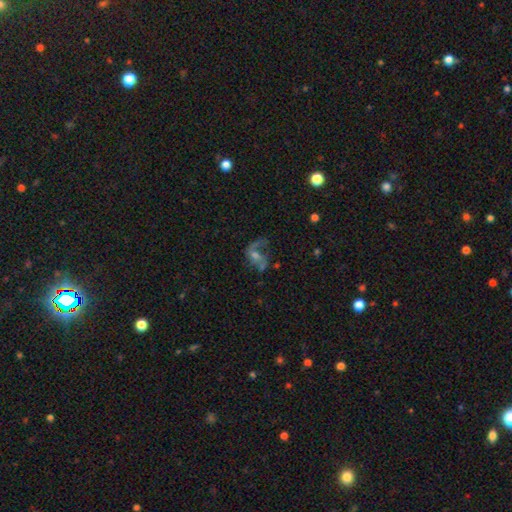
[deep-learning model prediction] Smooth or featured: featured or disk — 65% (smooth — 20%)
Edge-on disk: no — 97% (yes — 3%)
Bar: no — 58% (weak — 33%)
Spiral arms: yes — 74% (no — 26%)
Bulge size: moderate — 41% (small — 37%)
Merging: major disturbance — 37% (none — 36%)